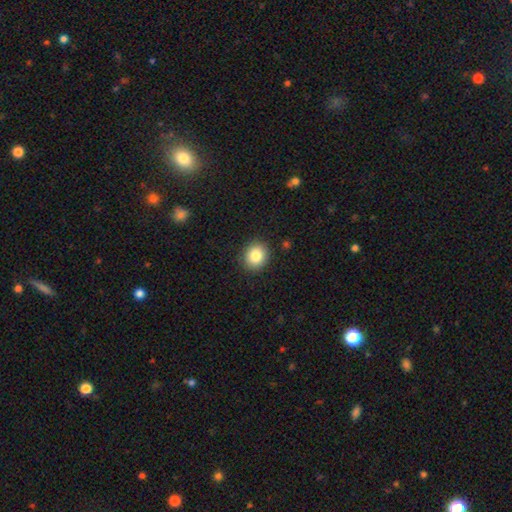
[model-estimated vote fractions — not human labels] Q: Smooth or featured?
A: smooth (84%); runner-up: star or artifact (9%)
Q: How rounded?
A: round (74%); runner-up: in between (25%)
Q: Merging?
A: none (89%); runner-up: minor disturbance (8%)